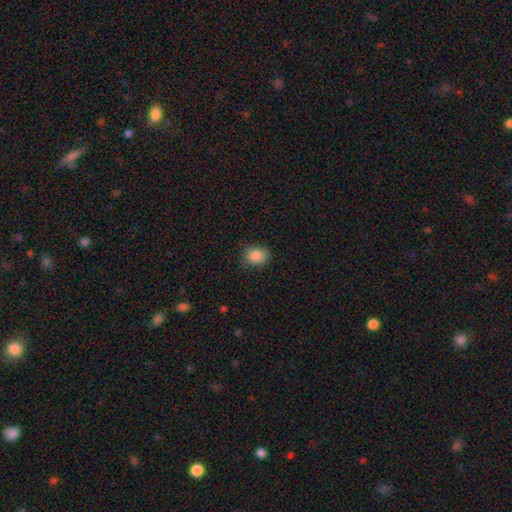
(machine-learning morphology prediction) The model was most divided on "how rounded": in between: 50%, round: 49%, cigar-shaped: 1%. More confident: smooth or featured — smooth (88%); merging — none (83%).